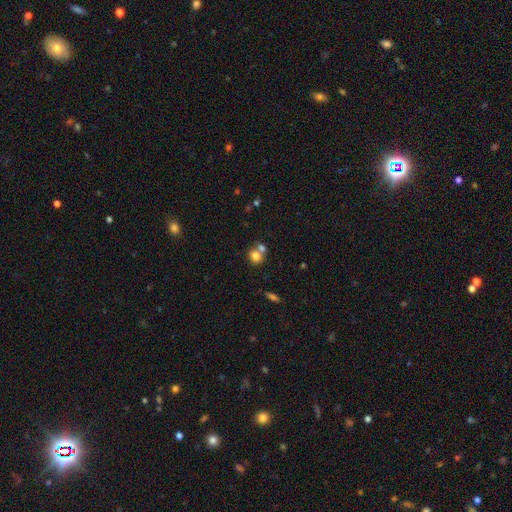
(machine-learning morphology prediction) Overall: smooth (78%). How rounded: round (67%; in between 31%). Merging: merger (44%; none 43%).